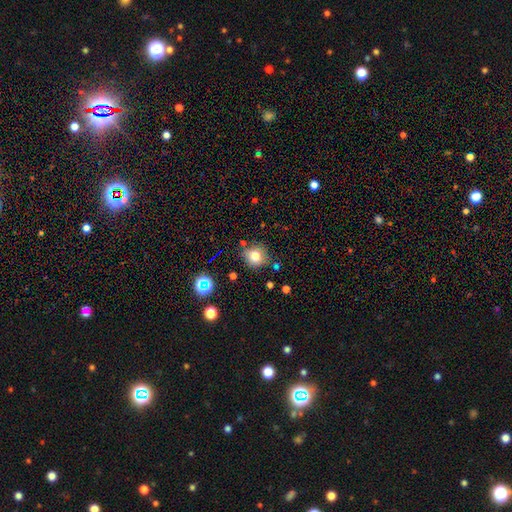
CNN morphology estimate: smooth 75%, star or artifact 15%, featured or disk 10%. Down the decision tree: how rounded — round (88%); merging — none (79%).